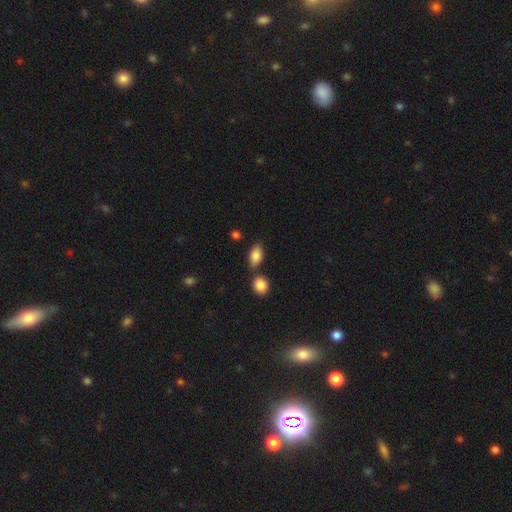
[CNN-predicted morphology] smooth_or_featured: smooth (p=0.83) [alt: featured or disk p=0.10]
how_rounded: in between (p=0.88) [alt: round p=0.08]
merging: none (p=0.69) [alt: minor disturbance p=0.14]